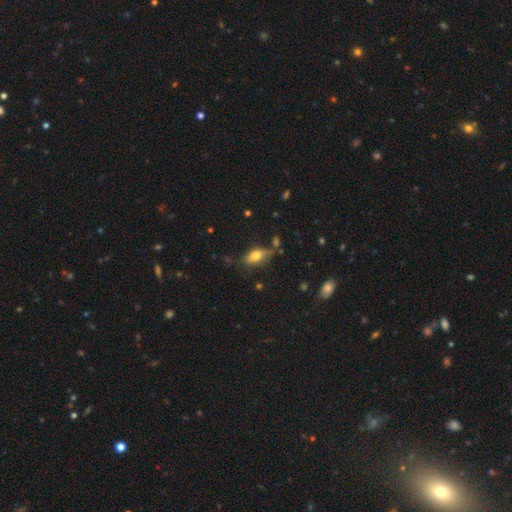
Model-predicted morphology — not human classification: smooth_or_featured: smooth (p=0.75) [alt: featured or disk p=0.16]
how_rounded: in between (p=0.85) [alt: cigar-shaped p=0.09]
merging: none (p=0.64) [alt: minor disturbance p=0.22]